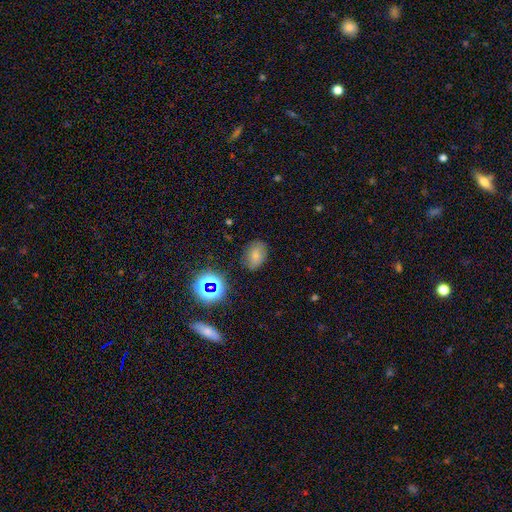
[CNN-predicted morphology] This appears to be a smooth galaxy with no disk features (70%) that is in between round and cigar-shaped (76%). Merging: none (77%).